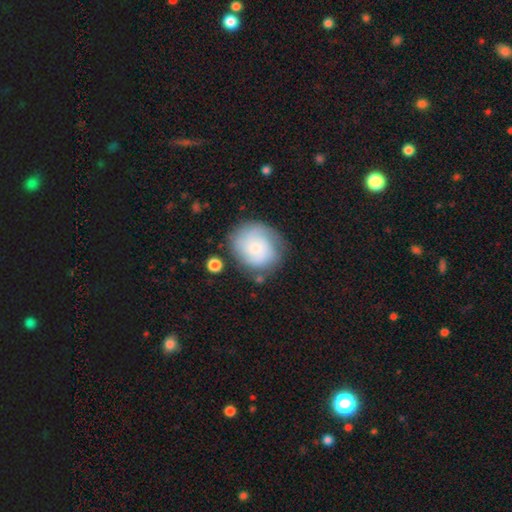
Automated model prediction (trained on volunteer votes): Smooth or featured?
  - smooth: 47% *
  - featured or disk: 45%
  - star or artifact: 8%
Merging?
  - none: 70% *
  - minor disturbance: 19%
  - major disturbance: 8%
  - merger: 4%